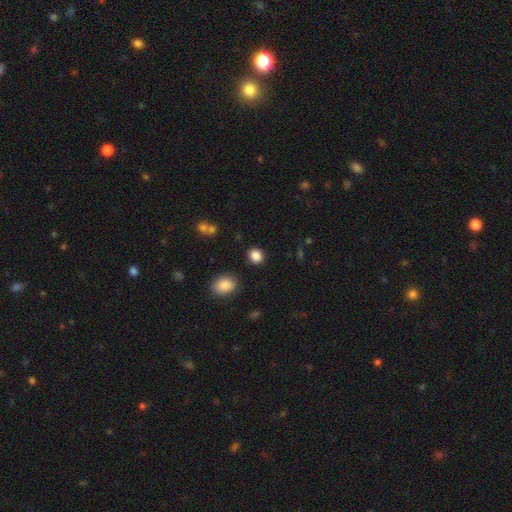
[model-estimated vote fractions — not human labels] Morphology: type=smooth (86%); roundness=round (68%); merging=none (88%).